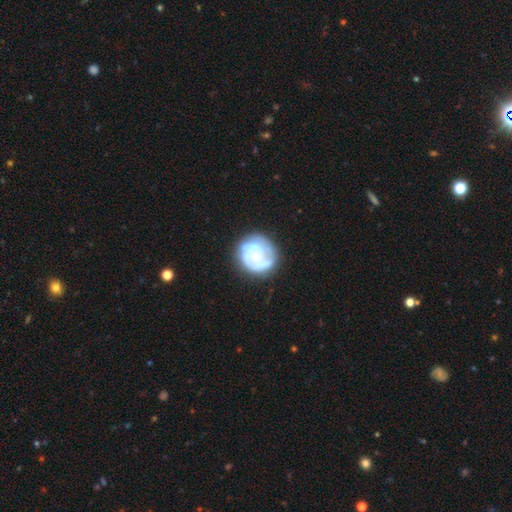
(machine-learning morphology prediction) A featured or disk galaxy (75%) with no bar (75%), 2 (31%) tight (61%) spiral arms (85%) and a small central bulge (55%).

Vote fractions:
- Smooth or featured? featured or disk: 75% / smooth: 19% / star or artifact: 6%
- Edge-on disk? no: 98% / yes: 2%
- Bar? no: 75% / weak: 20% / strong: 5%
- Spiral arms? yes: 85% / no: 15%
- Spiral winding? tight: 61% / medium: 30% / loose: 10%
- Spiral arm count? 2: 31% / can't tell: 28% / 3: 24% / 1: 7% / 4: 5% / more than 4: 4%
- Bulge size? small: 55% / moderate: 26% / none: 14% / large: 4% / dominant: 1%
- Merging? none: 72% / minor disturbance: 17% / major disturbance: 9% / merger: 2%